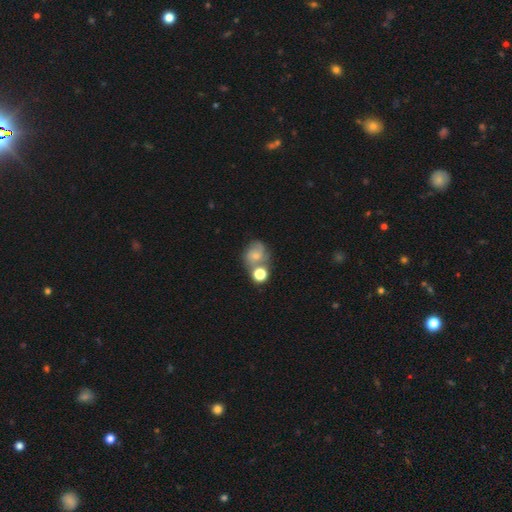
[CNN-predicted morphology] featured or disk 44%, smooth 43%, star or artifact 13%. Down the decision tree: merging — none (44%).